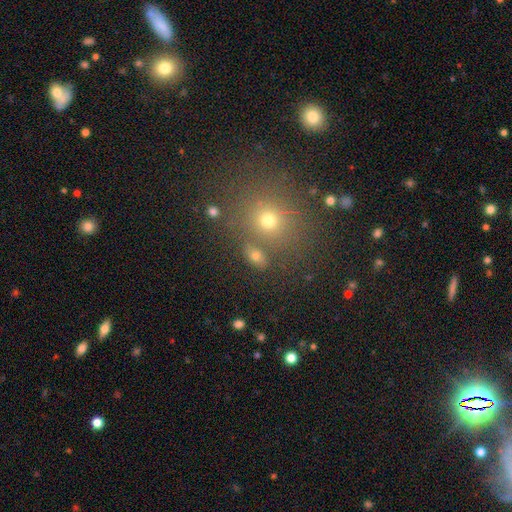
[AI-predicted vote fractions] A smooth galaxy with no disk features (60%) that is in between round and cigar-shaped (52%). Merging: none (70%).